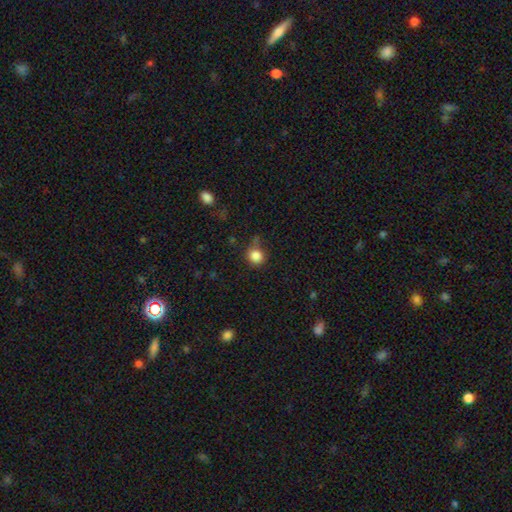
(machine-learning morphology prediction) This appears to be a smooth galaxy with no disk features (85%) that is round (89%). Merging: none (69%).